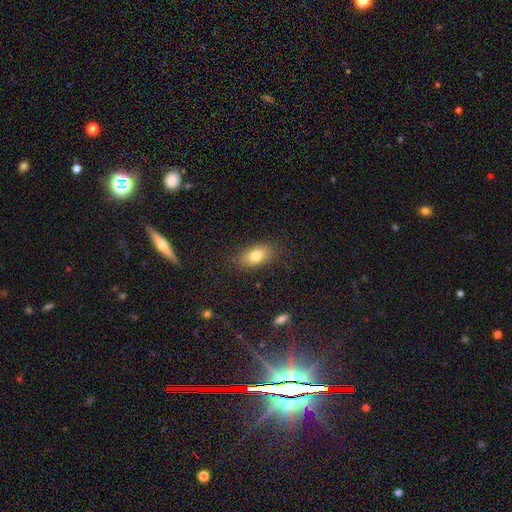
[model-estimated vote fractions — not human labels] This is likely a smooth galaxy (78%). How rounded: clearly in between (87%). Merging: clearly none (83%).